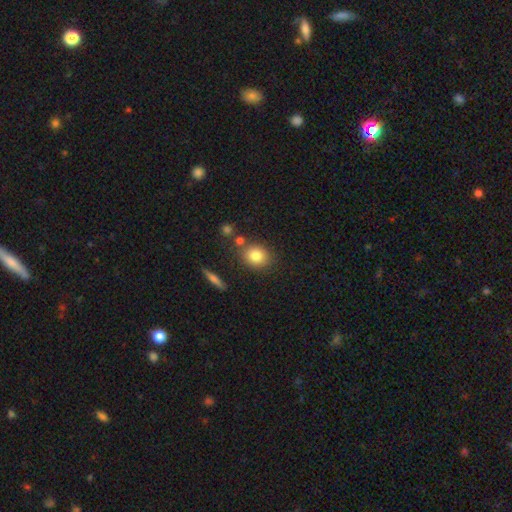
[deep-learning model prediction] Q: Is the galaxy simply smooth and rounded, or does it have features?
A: smooth — 81%.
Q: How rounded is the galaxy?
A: round — 59%.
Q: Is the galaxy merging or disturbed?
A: none — 76%.